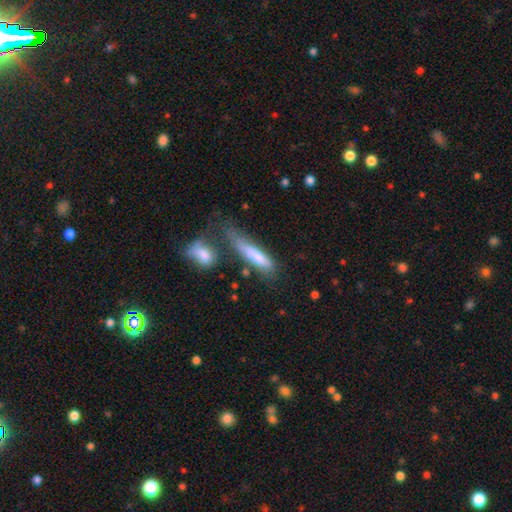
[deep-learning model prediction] This is likely a smooth galaxy (72%). How rounded: likely cigar-shaped (75%). Merging: marginally none (33%).